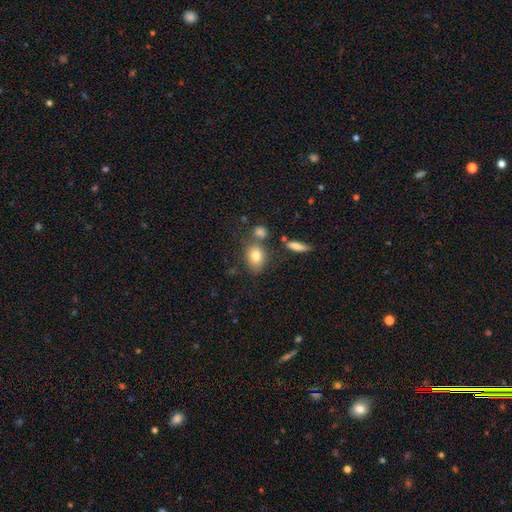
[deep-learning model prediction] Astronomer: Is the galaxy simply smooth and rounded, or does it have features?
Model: smooth — 79%.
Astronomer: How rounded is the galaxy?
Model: in between — 67%.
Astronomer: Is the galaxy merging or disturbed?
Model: none — 64%.